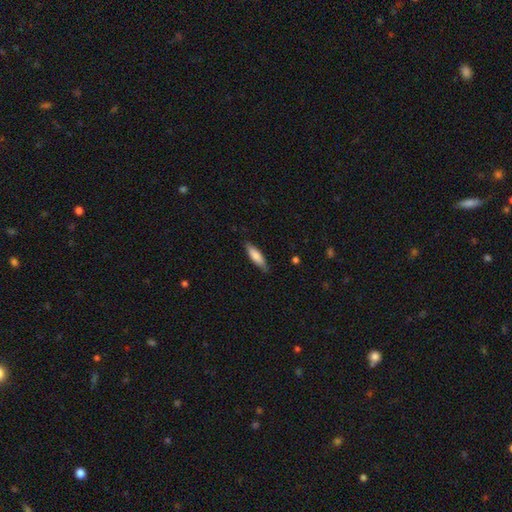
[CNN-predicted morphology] This appears to be a smooth galaxy with no disk features (79%) that is cigar-shaped (60%). Merging: none (82%).